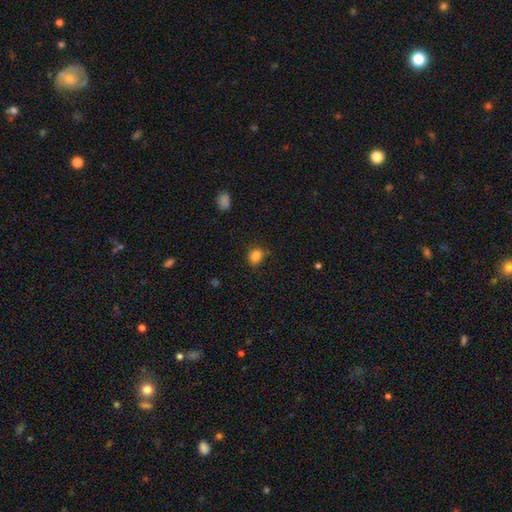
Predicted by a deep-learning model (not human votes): This appears to be a smooth galaxy with no disk features (84%) that is in between round and cigar-shaped (55%). Merging: none (71%).